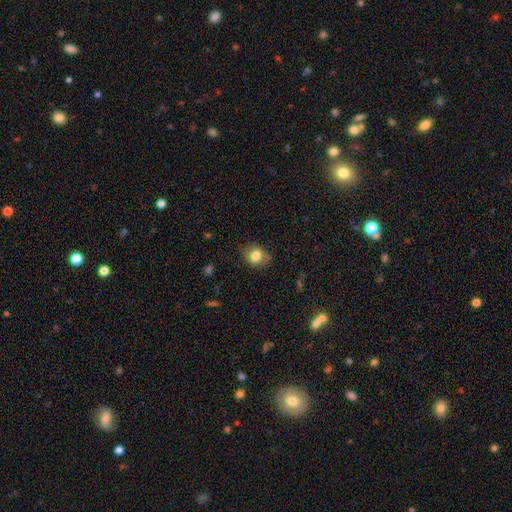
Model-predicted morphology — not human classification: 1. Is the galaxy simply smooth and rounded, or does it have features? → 80% smooth, 11% featured or disk, 10% star or artifact.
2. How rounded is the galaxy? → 58% round, 41% in between, 1% cigar-shaped.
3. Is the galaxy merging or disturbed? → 80% none, 15% minor disturbance, 4% major disturbance, 1% merger.